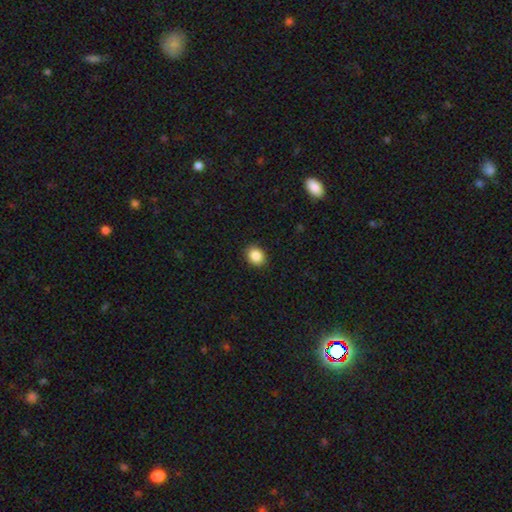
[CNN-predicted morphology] Smooth or featured? Predicted: smooth (p=0.87). How rounded? Predicted: round (p=0.57). Merging? Predicted: none (p=0.91).